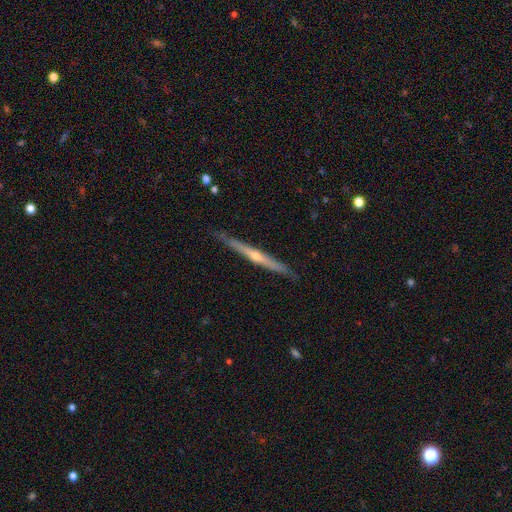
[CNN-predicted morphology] This appears to be a featured or disk galaxy (76%) viewed edge-on (98%) with a rounded central bulge (75%). Merging: none (88%).